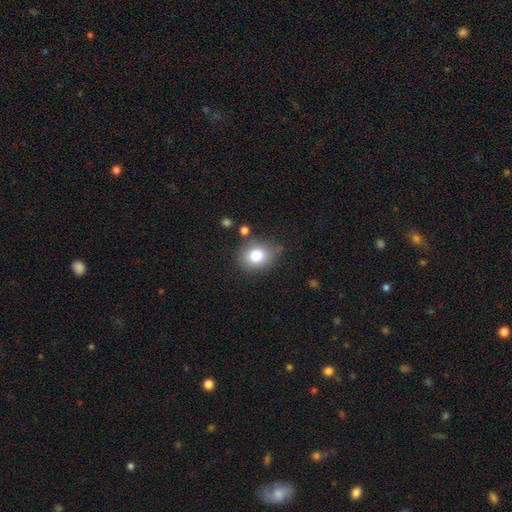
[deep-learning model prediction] This appears to be a smooth galaxy with no disk features (79%) that is round (58%). Merging: none (69%).